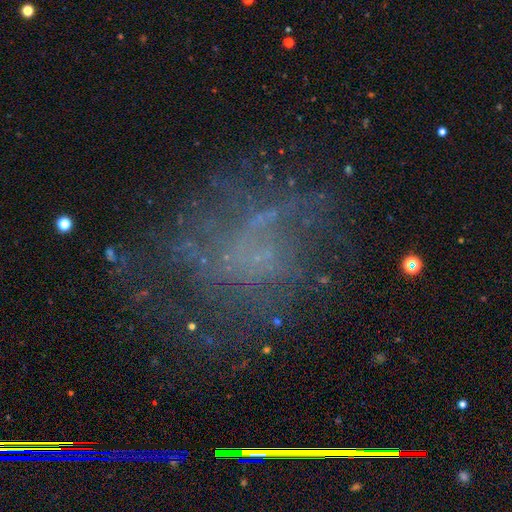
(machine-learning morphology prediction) This appears to be a featured or disk galaxy (51%). Merging: none (51%).